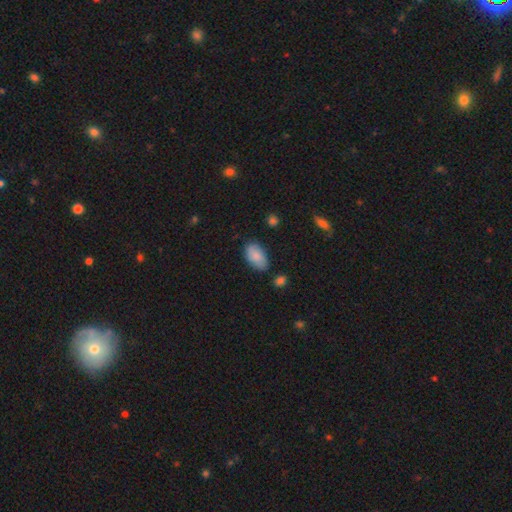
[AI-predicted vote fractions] smooth_or_featured: smooth (p=0.85) [alt: featured or disk p=0.09]
how_rounded: in between (p=0.94) [alt: round p=0.04]
merging: none (p=0.75) [alt: minor disturbance p=0.18]